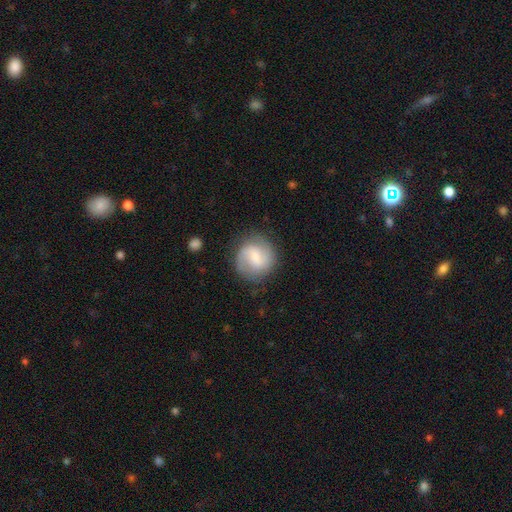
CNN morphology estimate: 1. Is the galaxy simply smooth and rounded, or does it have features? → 57% featured or disk, 36% smooth, 7% star or artifact.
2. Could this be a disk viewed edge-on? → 98% no, 2% yes.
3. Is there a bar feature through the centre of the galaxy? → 58% weak, 24% no, 19% strong.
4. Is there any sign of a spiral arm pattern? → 90% yes, 10% no.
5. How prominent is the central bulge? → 48% small, 34% moderate, 10% none, 5% large, 2% dominant.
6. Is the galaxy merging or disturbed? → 81% none, 13% minor disturbance, 5% major disturbance, 2% merger.